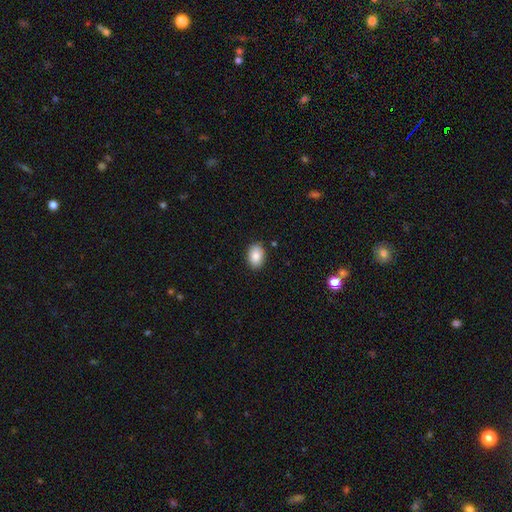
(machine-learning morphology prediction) Smooth or featured? Predicted: smooth (p=0.87). How rounded? Predicted: in between (p=0.84). Merging? Predicted: none (p=0.88).